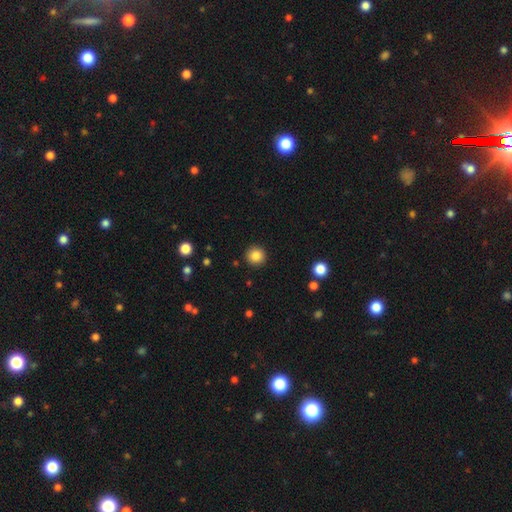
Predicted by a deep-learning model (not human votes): Smooth or featured? smooth (85%)
How rounded? round (94%)
Merging? none (92%)